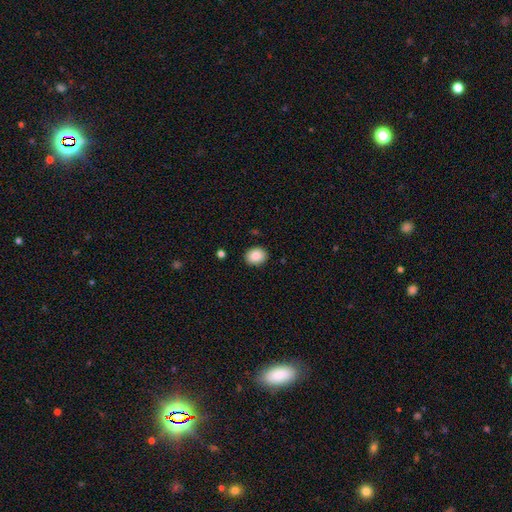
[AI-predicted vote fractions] smooth_or_featured: smooth (p=0.89) [alt: star or artifact p=0.08]
how_rounded: round (p=0.51) [alt: in between p=0.48]
merging: none (p=0.88) [alt: minor disturbance p=0.08]